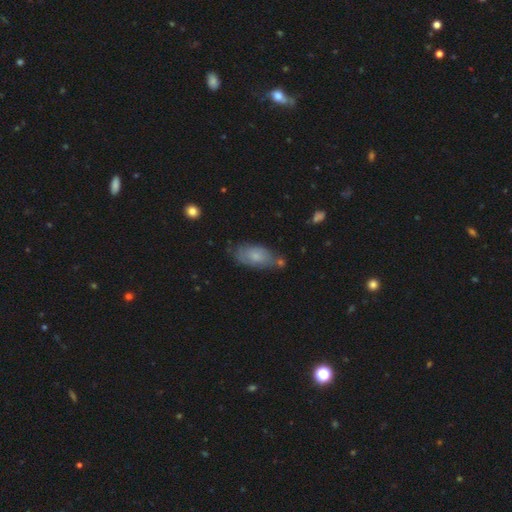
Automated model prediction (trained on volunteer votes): This is likely a smooth galaxy (67%). How rounded: clearly in between (89%). Merging: likely none (60%).